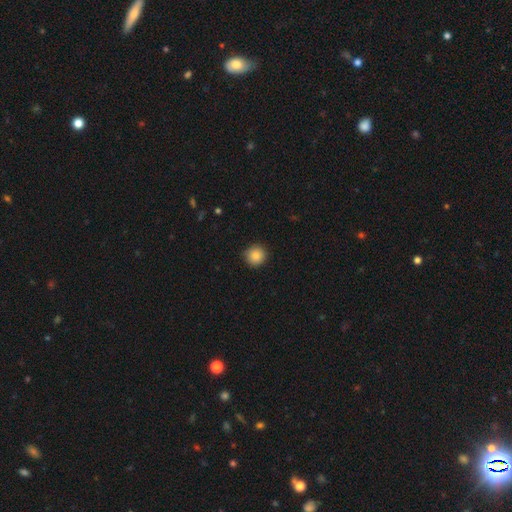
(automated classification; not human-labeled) Smooth or featured?
  - smooth: 86% *
  - star or artifact: 9%
  - featured or disk: 4%
How rounded?
  - round: 93% *
  - in between: 6%
  - cigar-shaped: 1%
Merging?
  - none: 89% *
  - minor disturbance: 8%
  - major disturbance: 2%
  - merger: 1%